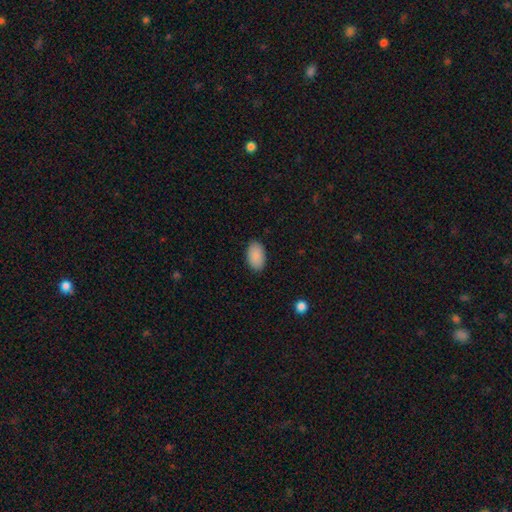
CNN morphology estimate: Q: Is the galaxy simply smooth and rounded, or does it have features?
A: smooth — 90%.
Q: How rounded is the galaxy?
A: in between — 93%.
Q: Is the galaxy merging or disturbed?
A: none — 88%.